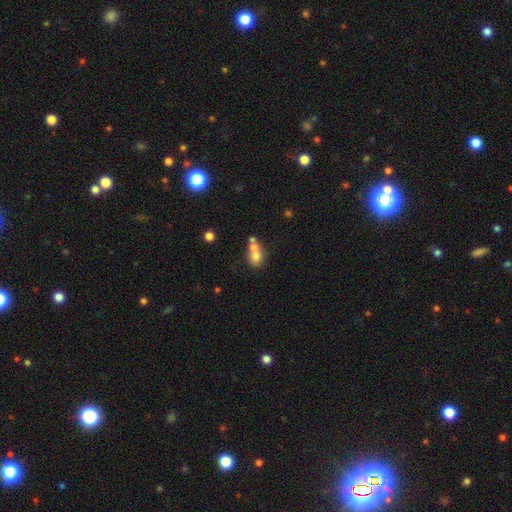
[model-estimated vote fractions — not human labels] A smooth galaxy with no disk features (68%) that is round (57%). Merging: merger (54%).